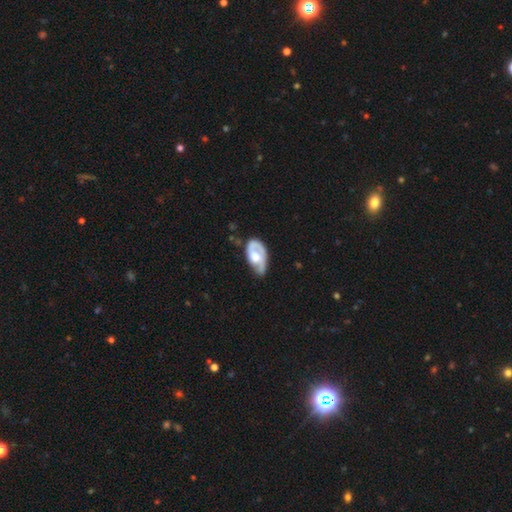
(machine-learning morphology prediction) The model was most divided on "merging": none: 42%, minor disturbance: 33%, major disturbance: 22%, merger: 4%. Remaining: edge-on disk — no (94%); spiral arms — yes (80%); bar — no (72%); smooth or featured — featured or disk (68%); bulge size — moderate (51%); spiral arm count — 1 (50%); spiral winding — tight (44%).